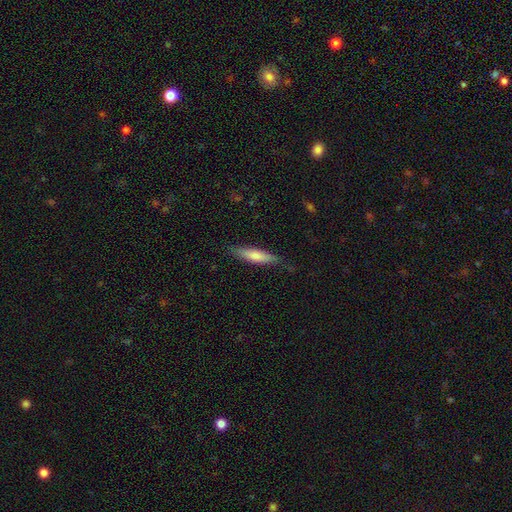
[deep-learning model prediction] Smooth or featured: smooth — 72% (featured or disk — 23%)
How rounded: cigar-shaped — 73% (in between — 25%)
Merging: none — 79% (minor disturbance — 17%)